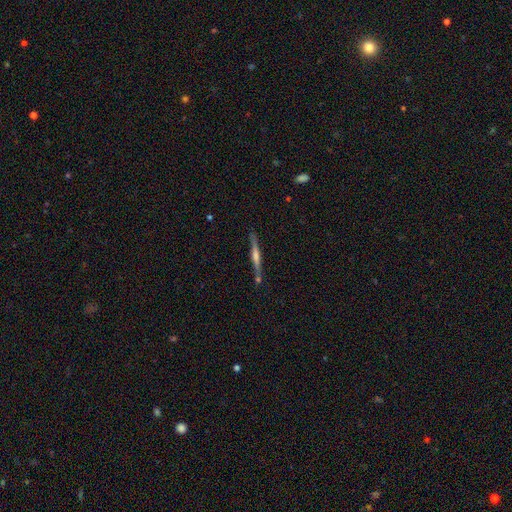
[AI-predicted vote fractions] This appears to be a featured or disk galaxy (75%) viewed edge-on (98%) with a rounded central bulge (69%). Merging: none (84%).